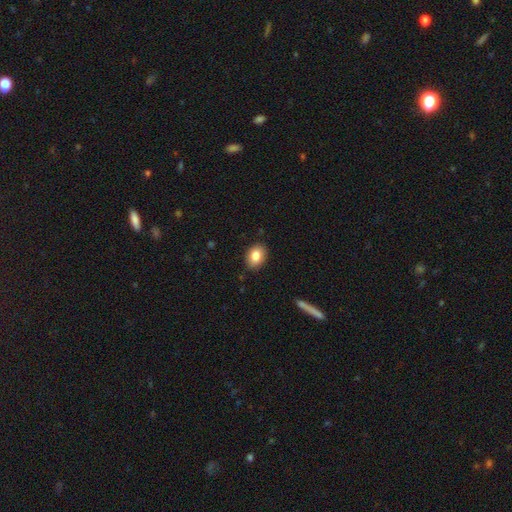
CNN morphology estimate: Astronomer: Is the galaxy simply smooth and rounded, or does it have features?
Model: smooth — 84%.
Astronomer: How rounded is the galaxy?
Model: in between — 72%.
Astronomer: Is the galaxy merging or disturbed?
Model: none — 88%.